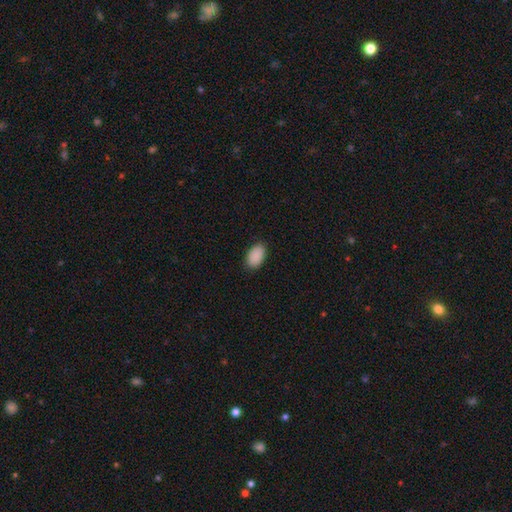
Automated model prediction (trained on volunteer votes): Smooth or featured? smooth (91%)
How rounded? in between (93%)
Merging? none (88%)